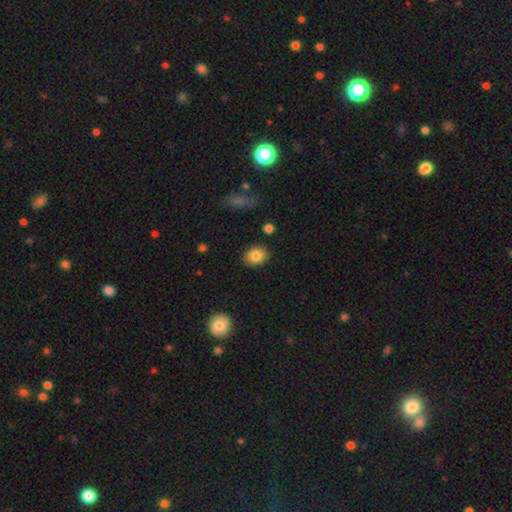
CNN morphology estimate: Smooth or featured? Predicted: smooth (p=0.83). How rounded? Predicted: in between (p=0.53). Merging? Predicted: none (p=0.86).